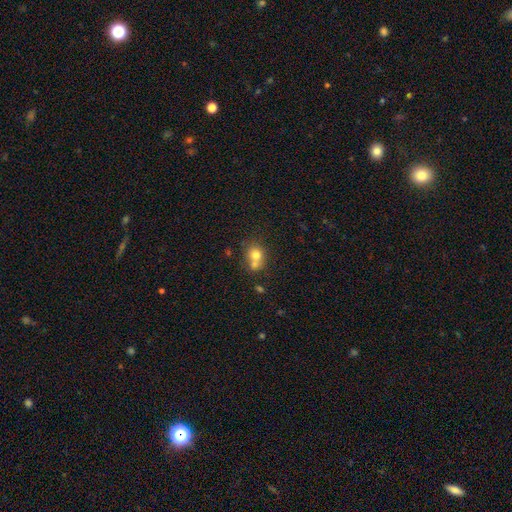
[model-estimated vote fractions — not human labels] A smooth galaxy with no disk features (74%) that is round (70%).

Vote fractions:
- Smooth or featured? smooth: 74% / featured or disk: 15% / star or artifact: 11%
- How rounded? round: 70% / in between: 29% / cigar-shaped: 1%
- Merging? merger: 49% / none: 37% / minor disturbance: 10% / major disturbance: 4%